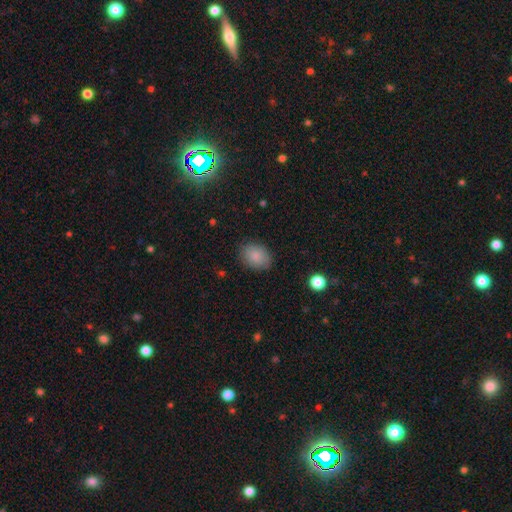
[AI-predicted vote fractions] A smooth galaxy with no disk features (86%) that is in between round and cigar-shaped (71%).

Vote fractions:
- Smooth or featured? smooth: 86% / star or artifact: 8% / featured or disk: 6%
- How rounded? in between: 71% / round: 28% / cigar-shaped: 1%
- Merging? none: 84% / minor disturbance: 12% / major disturbance: 3% / merger: 1%